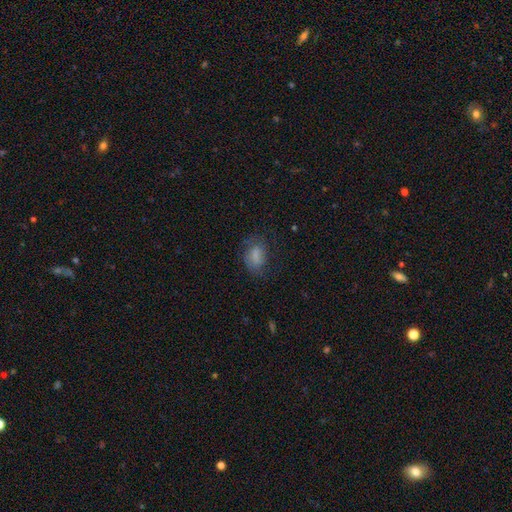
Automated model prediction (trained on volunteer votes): smooth 62%, featured or disk 27%, star or artifact 11%. Down the decision tree: how rounded — in between (80%); merging — none (53%).